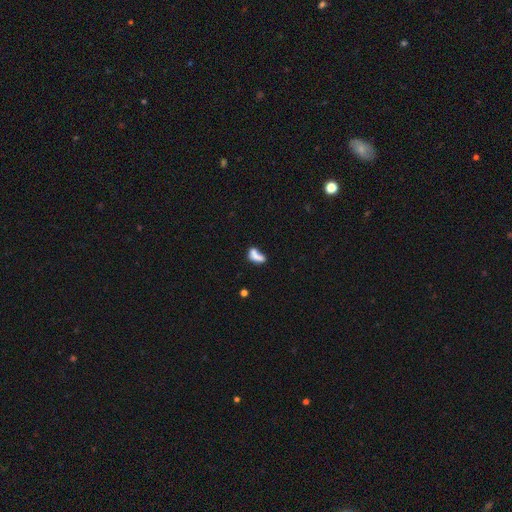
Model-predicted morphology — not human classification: This appears to be a smooth galaxy with no disk features (67%) that is in between round and cigar-shaped (78%). Merging: merger (49%).